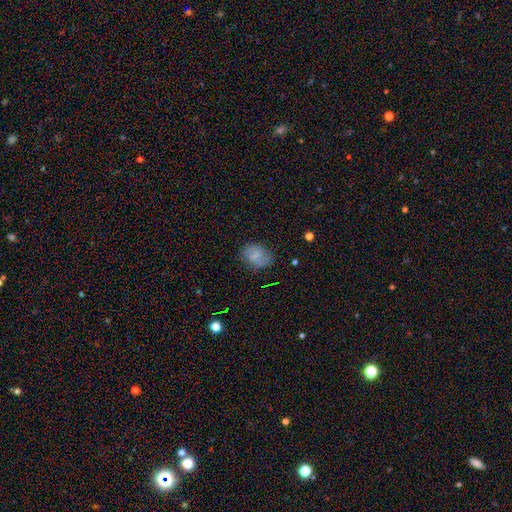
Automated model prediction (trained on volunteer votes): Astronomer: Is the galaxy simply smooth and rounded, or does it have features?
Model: smooth — 71%.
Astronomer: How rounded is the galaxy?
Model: in between — 64%.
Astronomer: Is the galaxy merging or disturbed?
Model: none — 69%.